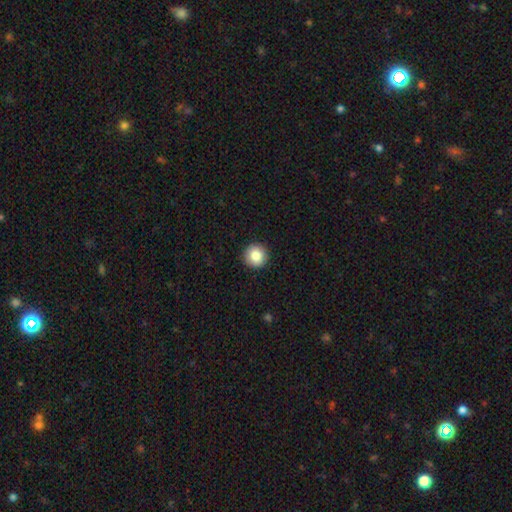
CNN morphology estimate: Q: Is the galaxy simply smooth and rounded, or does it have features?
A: smooth — 84%.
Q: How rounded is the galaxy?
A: round — 95%.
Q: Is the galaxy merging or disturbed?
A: none — 92%.